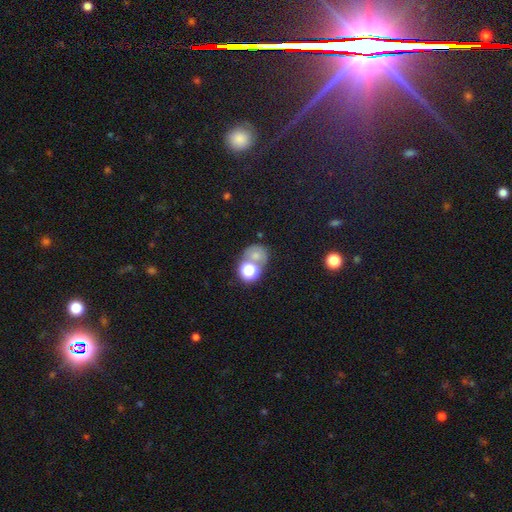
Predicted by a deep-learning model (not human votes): A smooth galaxy with no disk features (61%) that is round (71%). Merging: none (42%).